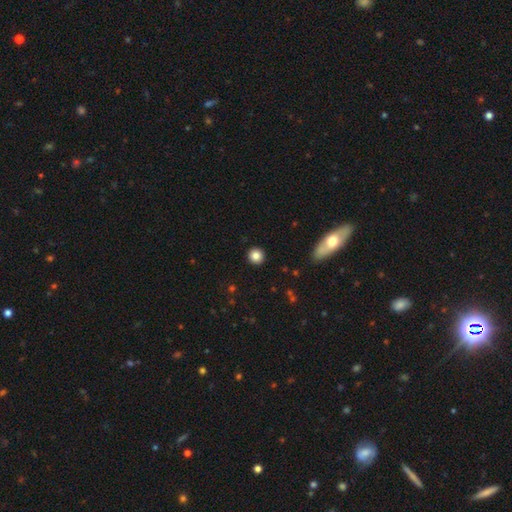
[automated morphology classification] smooth_or_featured: smooth (p=0.85) [alt: star or artifact p=0.10]
how_rounded: round (p=0.94) [alt: in between p=0.05]
merging: none (p=0.92) [alt: minor disturbance p=0.05]